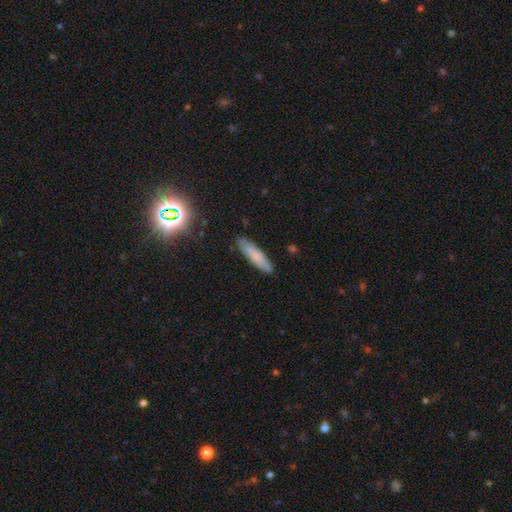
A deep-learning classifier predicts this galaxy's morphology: This appears to be a smooth galaxy with no disk features (72%) that is cigar-shaped (78%). Merging: none (84%).